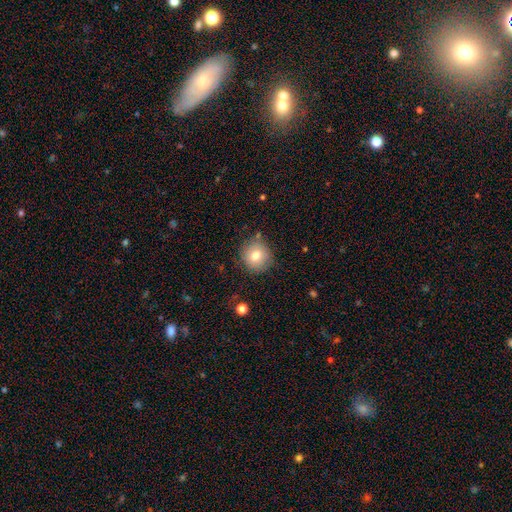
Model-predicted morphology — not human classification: Smooth or featured? Predicted: smooth (p=0.77). How rounded? Predicted: round (p=0.92). Merging? Predicted: none (p=0.82).